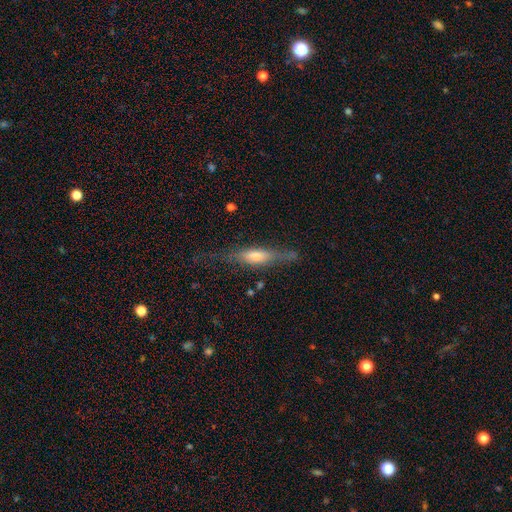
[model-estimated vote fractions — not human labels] Morphology: type=featured or disk (54%); edge-on=yes (86%); merging=none (64%).